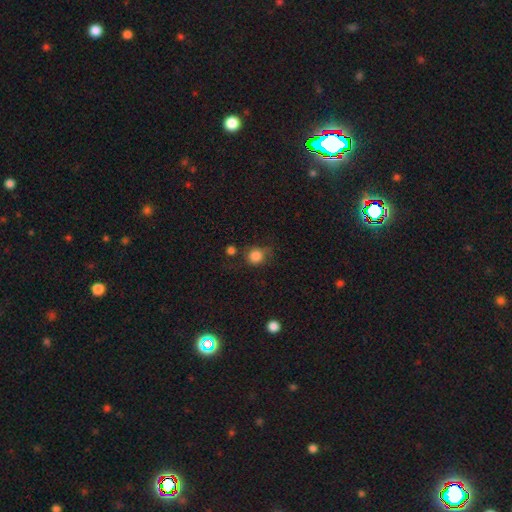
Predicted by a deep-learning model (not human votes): Morphology: type=smooth (83%); roundness=round (86%); merging=none (61%).